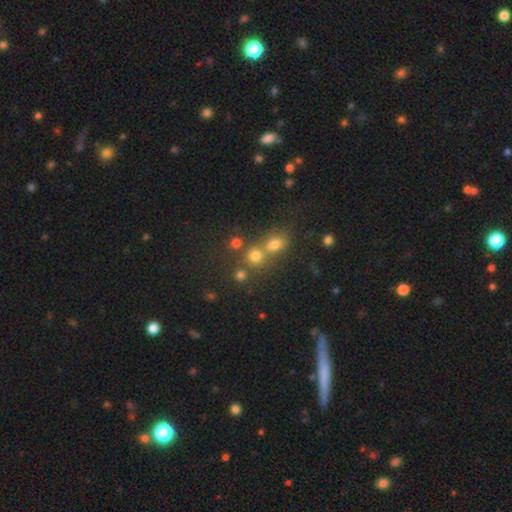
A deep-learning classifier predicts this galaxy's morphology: smooth-or-featured: smooth: 68% | star or artifact: 22% | featured or disk: 11%
  how-rounded: round: 79% | in between: 19% | cigar-shaped: 1%
  merging: none: 47% | merger: 42% | minor disturbance: 7% | major disturbance: 4%